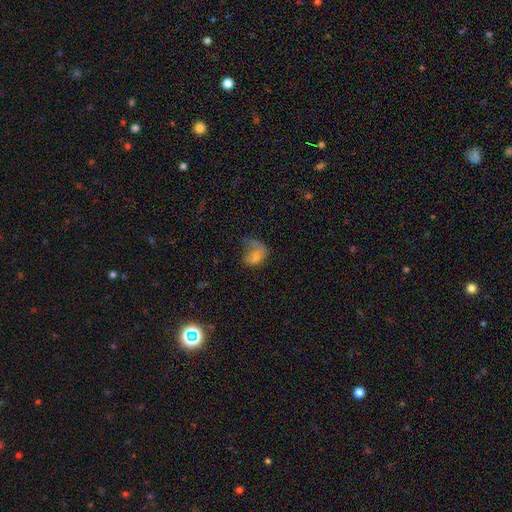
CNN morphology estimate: This is likely a smooth galaxy (61%). How rounded: likely in between (74%). Merging: possibly major disturbance (48%).